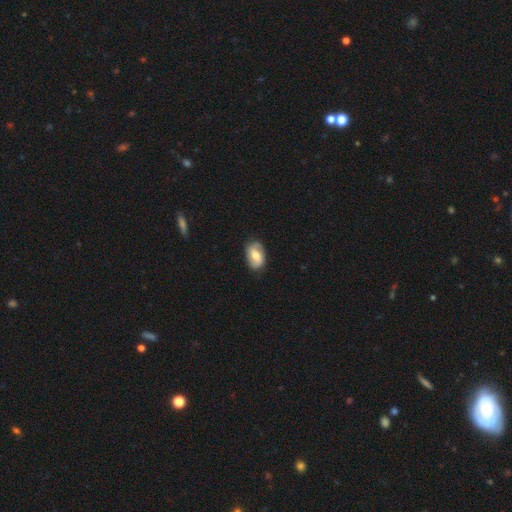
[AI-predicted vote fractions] This appears to be a smooth galaxy with no disk features (47%). Merging: none (78%).